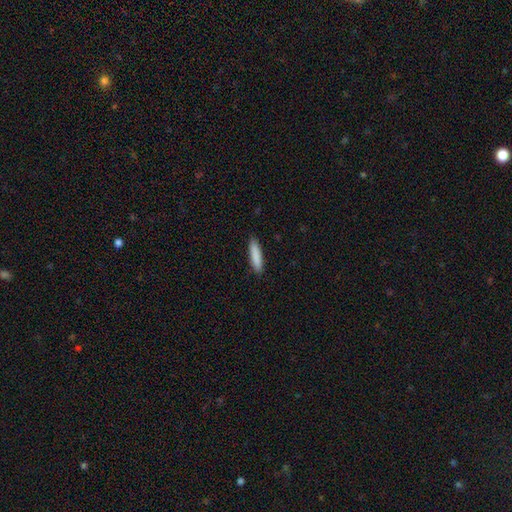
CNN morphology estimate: This is clearly a smooth galaxy (87%). How rounded: clearly cigar-shaped (83%). Merging: clearly none (90%).